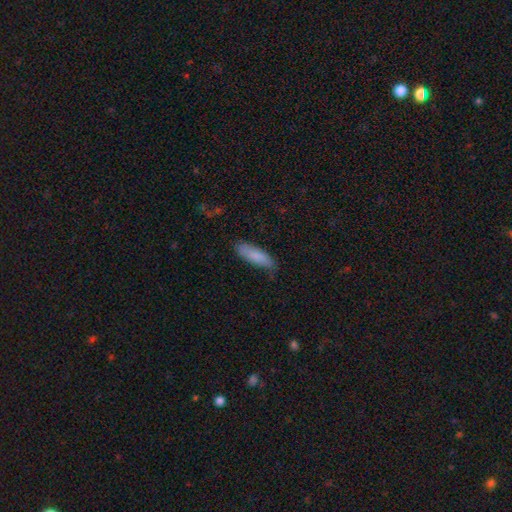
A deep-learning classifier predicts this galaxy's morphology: This appears to be a smooth galaxy with no disk features (85%) that is cigar-shaped (51%). Merging: none (77%).